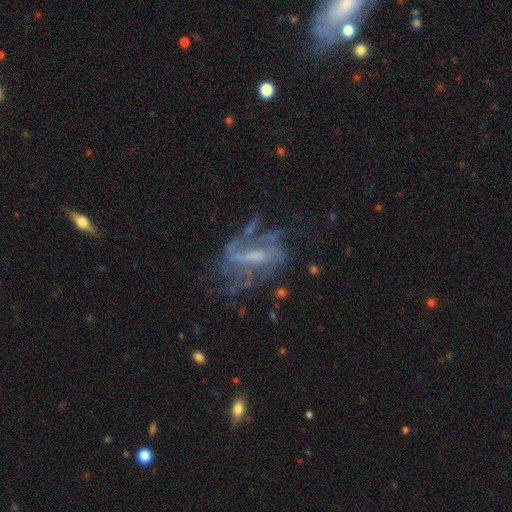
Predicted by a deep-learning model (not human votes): The model was most divided on "spiral arm count": can't tell: 36%, 2: 33%, 3: 13%, 1: 7%, 4: 6%, more than 4: 4%. Remaining: edge-on disk — no (93%); smooth or featured — featured or disk (78%); spiral arms — yes (76%); merging — none (45%); bar — weak (44%); spiral winding — loose (43%); bulge size — small (40%).